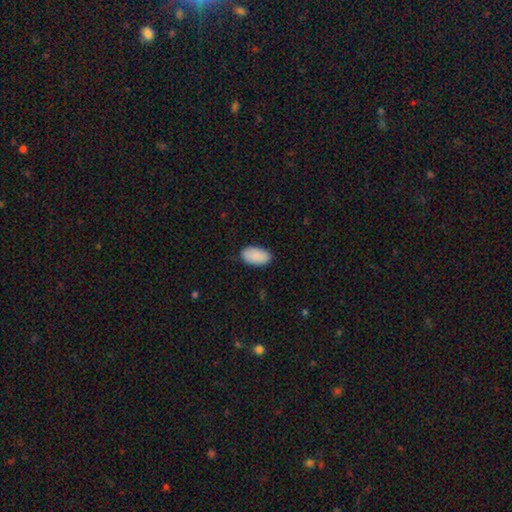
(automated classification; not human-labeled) smooth_or_featured: smooth (p=0.90) [alt: star or artifact p=0.06]
how_rounded: in between (p=0.95) [alt: round p=0.03]
merging: none (p=0.85) [alt: minor disturbance p=0.12]